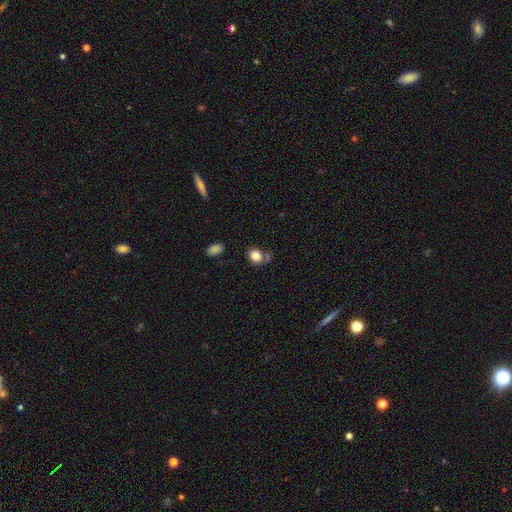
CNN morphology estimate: smooth_or_featured: smooth (p=0.84) [alt: star or artifact p=0.10]
how_rounded: in between (p=0.51) [alt: round p=0.48]
merging: none (p=0.65) [alt: minor disturbance p=0.16]